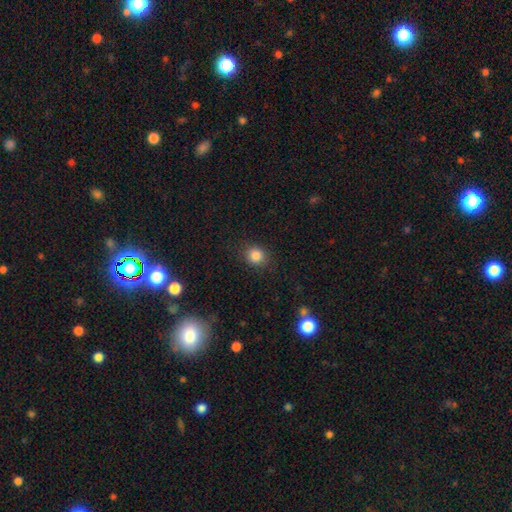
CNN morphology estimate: smooth-or-featured: smooth: 84% | star or artifact: 11% | featured or disk: 4%
  how-rounded: round: 79% | in between: 20% | cigar-shaped: 1%
  merging: none: 88% | minor disturbance: 8% | major disturbance: 3% | merger: 1%